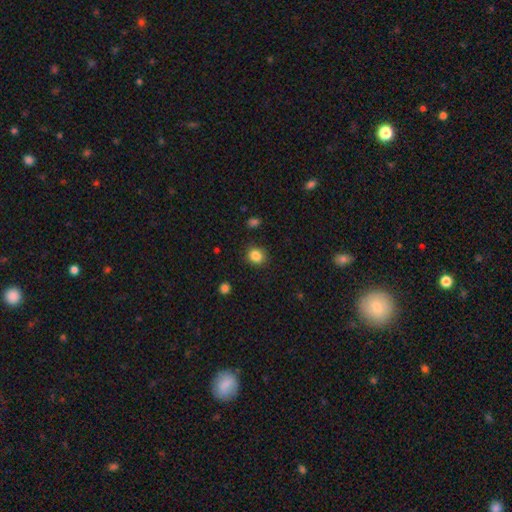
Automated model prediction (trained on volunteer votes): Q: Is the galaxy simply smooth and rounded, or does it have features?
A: smooth — 85%.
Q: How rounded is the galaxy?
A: round — 79%.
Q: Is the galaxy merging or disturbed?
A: none — 88%.